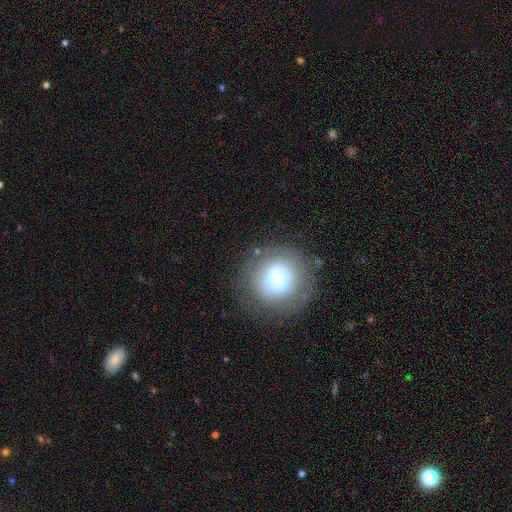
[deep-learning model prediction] A smooth galaxy with no disk features (56%) that is round (90%).

Vote fractions:
- Smooth or featured? smooth: 56% / featured or disk: 29% / star or artifact: 15%
- How rounded? round: 90% / in between: 9% / cigar-shaped: 1%
- Merging? none: 82% / minor disturbance: 11% / major disturbance: 5% / merger: 1%